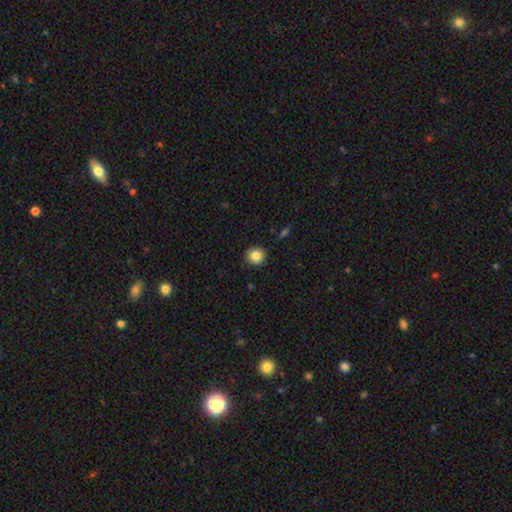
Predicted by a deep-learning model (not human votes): smooth-or-featured: smooth: 84% | star or artifact: 10% | featured or disk: 6%
  how-rounded: round: 93% | in between: 7% | cigar-shaped: 1%
  merging: none: 91% | minor disturbance: 6% | major disturbance: 2% | merger: 1%